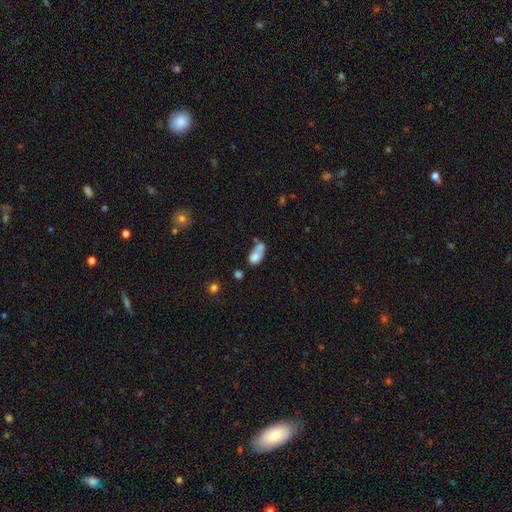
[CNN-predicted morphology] A smooth galaxy with no disk features (70%) that is in between round and cigar-shaped (77%). Merging: merger (55%).